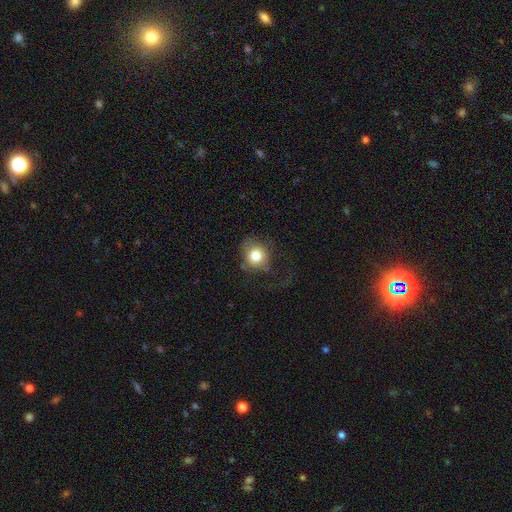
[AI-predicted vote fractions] A smooth galaxy with no disk features (76%) that is round (78%).

Vote fractions:
- Smooth or featured? smooth: 76% / featured or disk: 14% / star or artifact: 10%
- How rounded? round: 78% / in between: 21% / cigar-shaped: 1%
- Merging? none: 55% / major disturbance: 23% / minor disturbance: 21% / merger: 2%